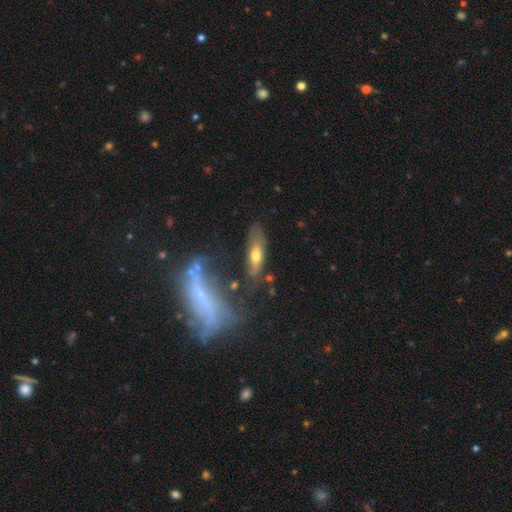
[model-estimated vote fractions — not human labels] Overall: smooth (56%; featured or disk 37%). How rounded: cigar-shaped (49%; in between 48%). Merging: none (63%).